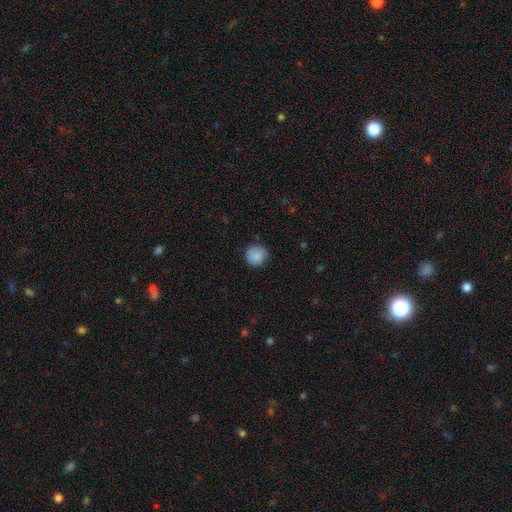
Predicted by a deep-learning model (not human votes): Smooth or featured? Predicted: smooth (p=0.84). How rounded? Predicted: round (p=0.91). Merging? Predicted: none (p=0.78).